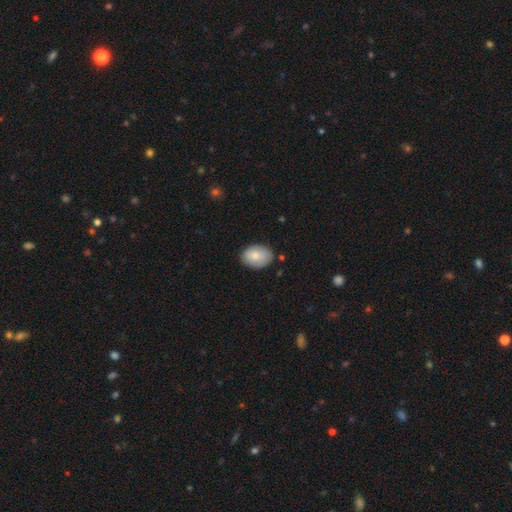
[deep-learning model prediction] A smooth galaxy with no disk features (80%) that is in between round and cigar-shaped (81%). Merging: none (81%).